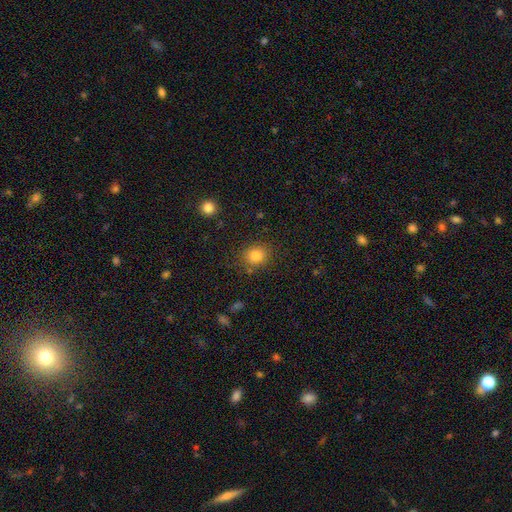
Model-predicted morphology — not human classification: smooth-or-featured: smooth: 82% | star or artifact: 12% | featured or disk: 6%
  how-rounded: round: 71% | in between: 28% | cigar-shaped: 1%
  merging: none: 83% | minor disturbance: 11% | major disturbance: 4% | merger: 3%